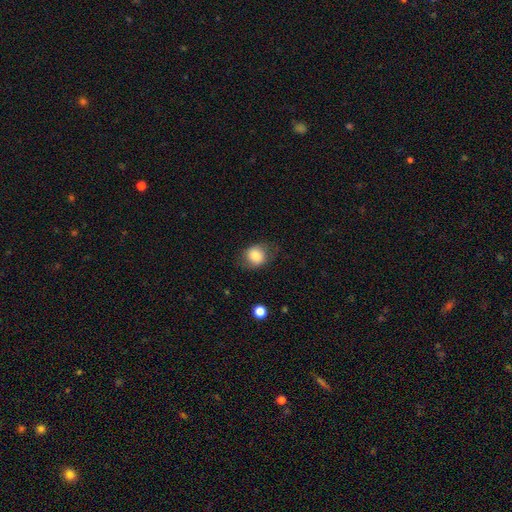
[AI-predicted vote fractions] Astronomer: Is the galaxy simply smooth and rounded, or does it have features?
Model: smooth — 80%.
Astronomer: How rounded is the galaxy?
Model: round — 66%.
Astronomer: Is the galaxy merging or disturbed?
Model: none — 70%.